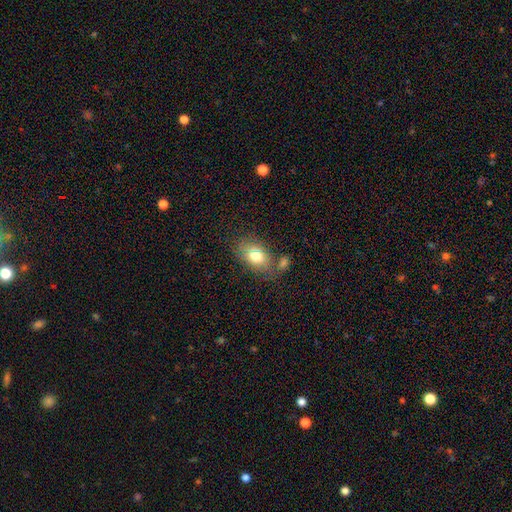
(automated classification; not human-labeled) Smooth or featured? smooth (75%)
How rounded? in between (83%)
Merging? none (61%)